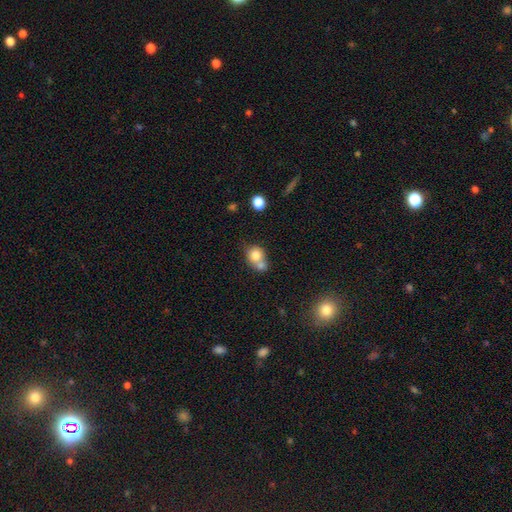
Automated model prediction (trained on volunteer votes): The model was most divided on "merging": merger: 55%, none: 33%, minor disturbance: 9%, major disturbance: 3%. More confident: smooth or featured — smooth (76%); how rounded — round (73%).